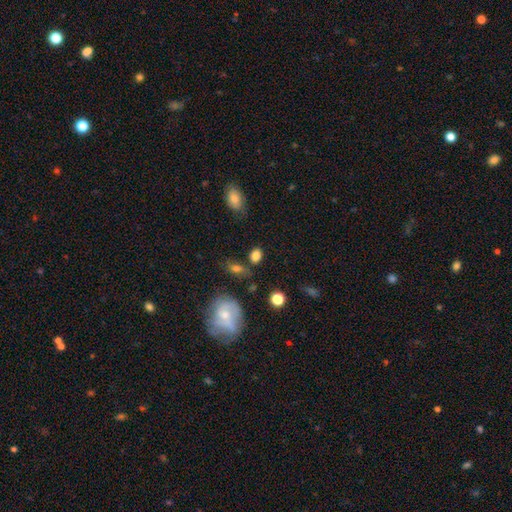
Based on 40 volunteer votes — Overall: smooth (82%). How rounded: in between (85%). Merging: none (80%).